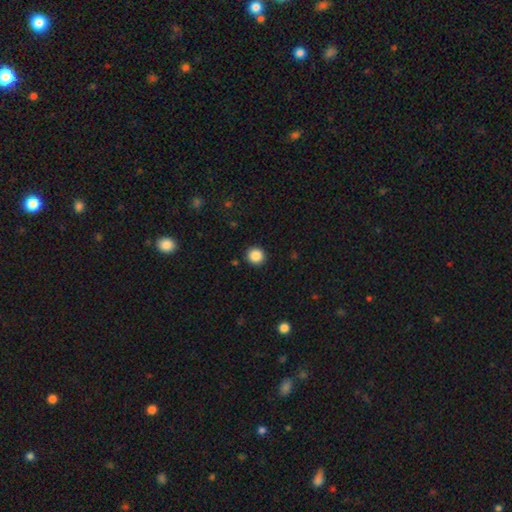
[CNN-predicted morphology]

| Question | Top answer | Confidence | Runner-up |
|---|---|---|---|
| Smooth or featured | smooth | 88% | star or artifact (10%) |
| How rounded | round | 93% | in between (6%) |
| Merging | none | 92% | minor disturbance (5%) |